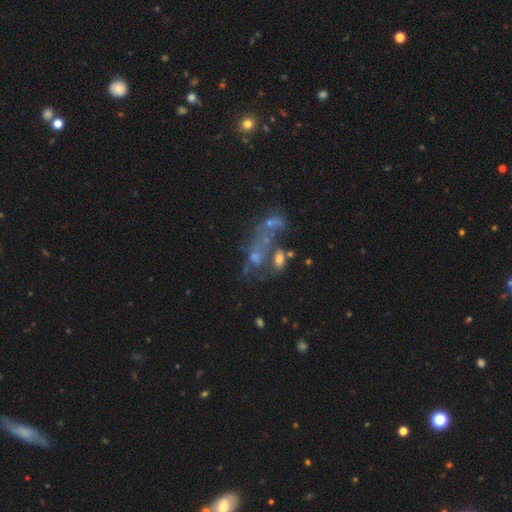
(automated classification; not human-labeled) Morphology: type=featured or disk (37%); merging=merger (43%).